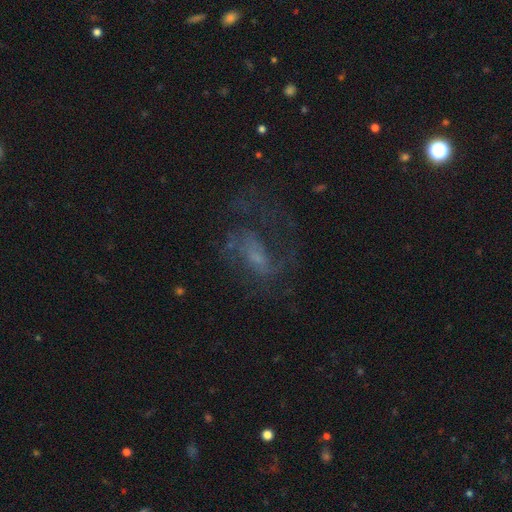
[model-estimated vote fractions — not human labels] Smooth or featured? featured or disk (66%)
Edge-on disk? no (96%)
Bar? no (48%)
Spiral arms? yes (73%)
Bulge size? small (46%)
Merging? none (45%)